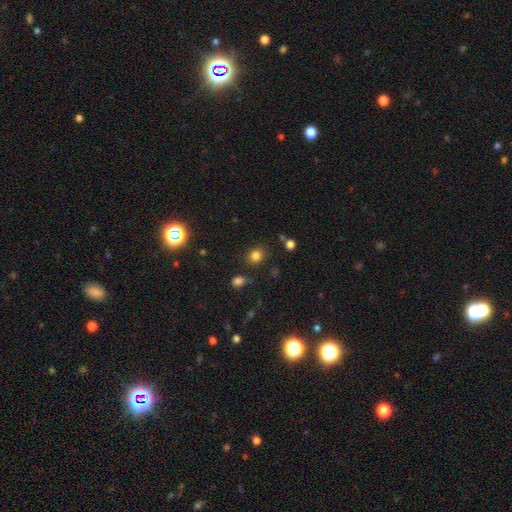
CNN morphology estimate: A smooth galaxy with no disk features (80%) that is round (79%).

Vote fractions:
- Smooth or featured? smooth: 80% / star or artifact: 15% / featured or disk: 5%
- How rounded? round: 79% / in between: 20% / cigar-shaped: 1%
- Merging? none: 81% / minor disturbance: 10% / merger: 5% / major disturbance: 4%